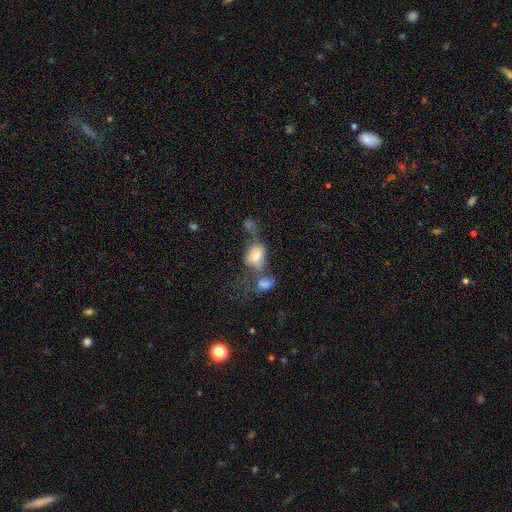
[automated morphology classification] This is likely a smooth galaxy (61%). How rounded: likely in between (73%). Merging: possibly merger (48%).